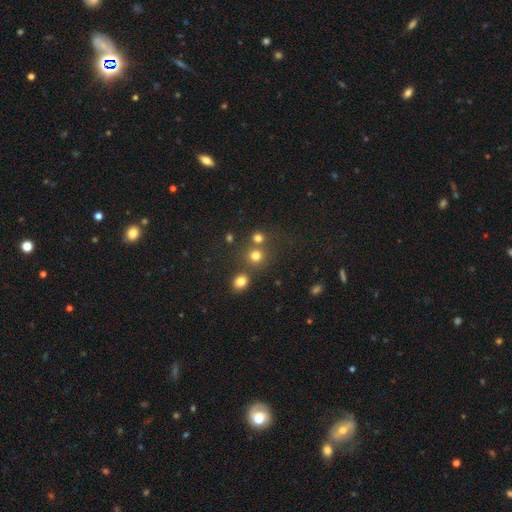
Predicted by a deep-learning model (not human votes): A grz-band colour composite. It shows a smooth galaxy with no disk features (75%) that is round (87%). Merging: none (65%).